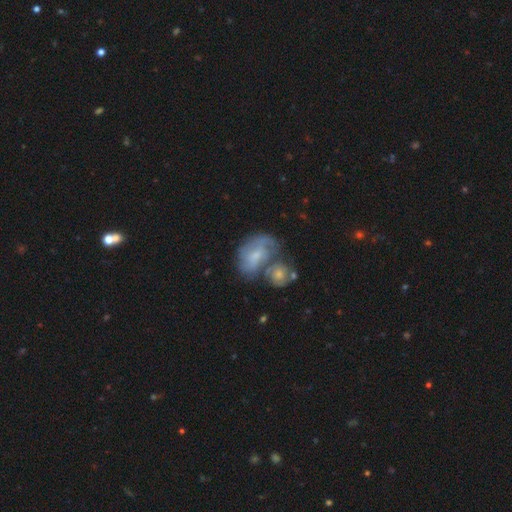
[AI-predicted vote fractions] Smooth or featured? Predicted: featured or disk (p=0.57). Edge-on disk? Predicted: no (p=0.96). Bar? Predicted: no (p=0.55). Spiral arms? Predicted: yes (p=0.71). Bulge size? Predicted: small (p=0.52). Merging? Predicted: merger (p=0.44).